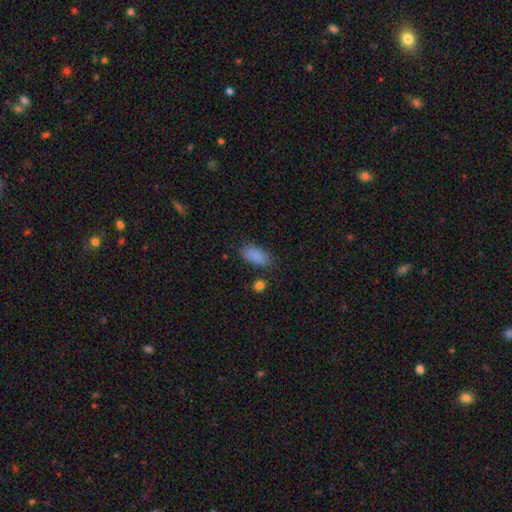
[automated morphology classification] smooth-or-featured: smooth: 86% | star or artifact: 9% | featured or disk: 5%
  how-rounded: in between: 90% | cigar-shaped: 7% | round: 3%
  merging: none: 71% | minor disturbance: 20% | major disturbance: 6% | merger: 4%